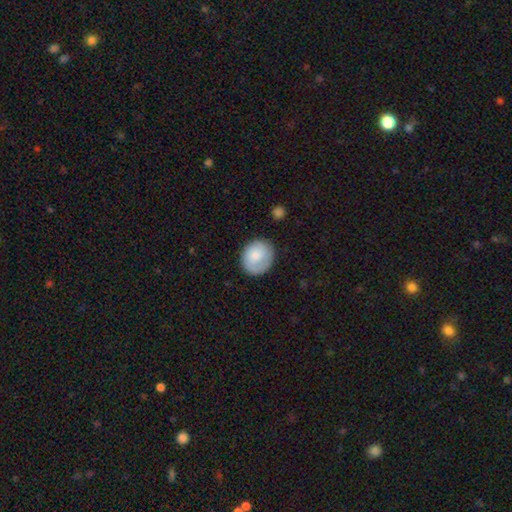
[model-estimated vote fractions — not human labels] Smooth or featured? smooth (71%)
How rounded? round (66%)
Merging? none (73%)